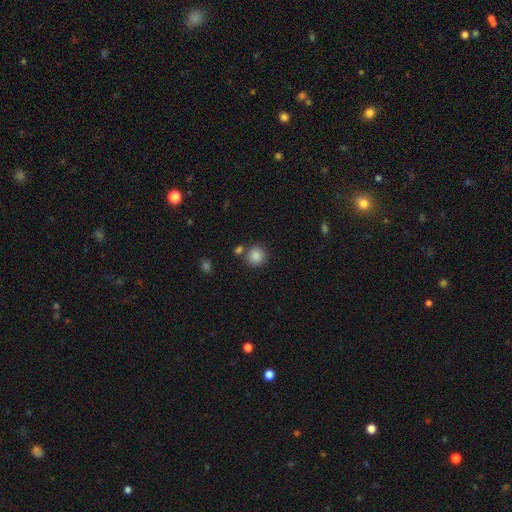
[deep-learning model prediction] Morphology: type=smooth (86%); roundness=round (91%); merging=none (76%).